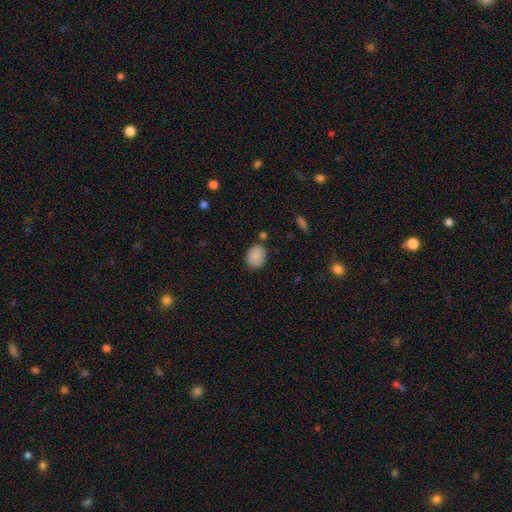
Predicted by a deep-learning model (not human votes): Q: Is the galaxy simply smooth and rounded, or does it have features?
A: smooth — 87%.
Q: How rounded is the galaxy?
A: in between — 51%.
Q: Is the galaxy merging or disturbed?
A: none — 78%.